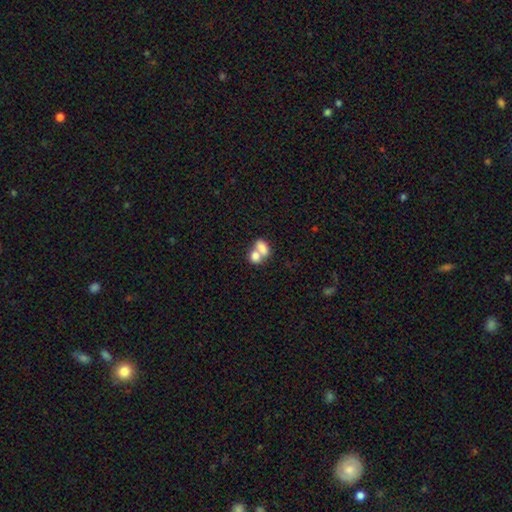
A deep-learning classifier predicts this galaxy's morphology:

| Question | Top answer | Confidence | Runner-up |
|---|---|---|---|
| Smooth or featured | smooth | 77% | featured or disk (15%) |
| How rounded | in between | 71% | round (27%) |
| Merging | merger | 70% | none (21%) |